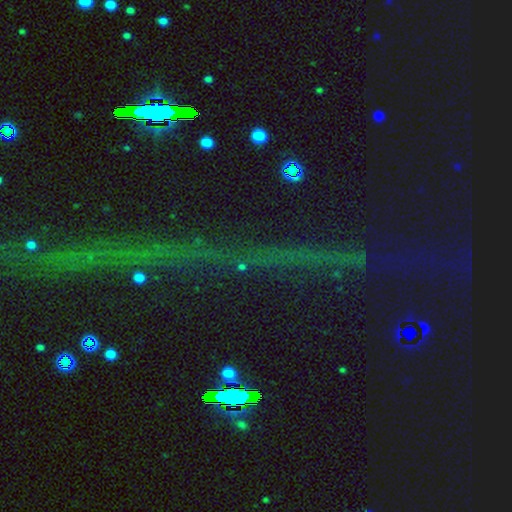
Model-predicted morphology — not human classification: A star or artifact, not a galaxy (66%).